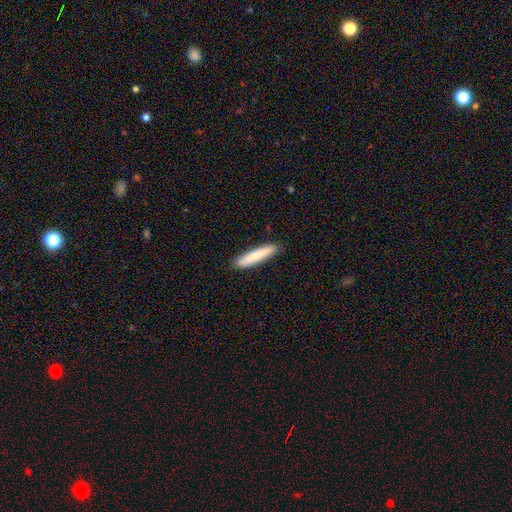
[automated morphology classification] This is likely a smooth galaxy (79%). How rounded: clearly cigar-shaped (90%). Merging: clearly none (89%).